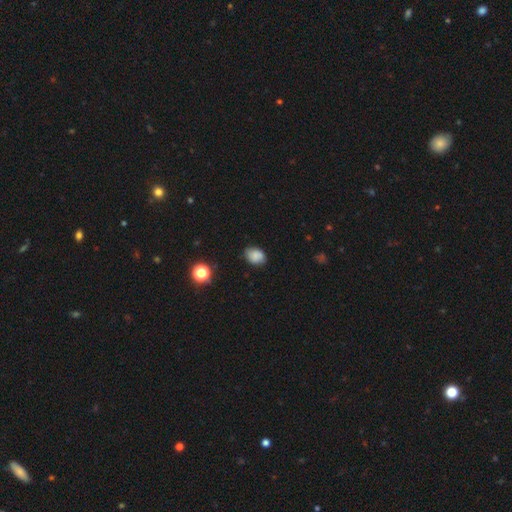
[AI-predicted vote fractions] Smooth or featured: smooth — 79% (star or artifact — 11%)
How rounded: in between — 70% (round — 29%)
Merging: none — 74% (minor disturbance — 20%)